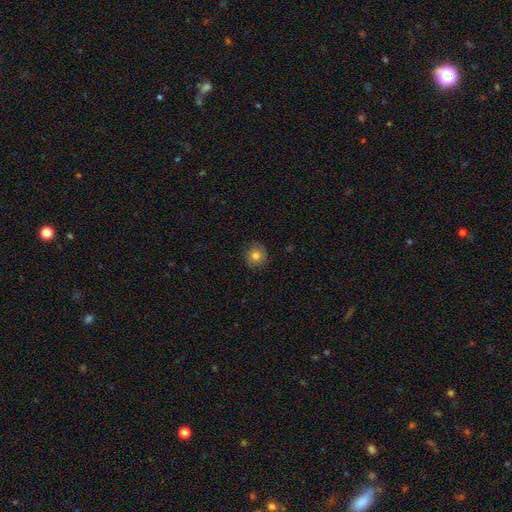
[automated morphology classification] Smooth or featured: smooth — 80% (star or artifact — 11%)
How rounded: round — 91% (in between — 8%)
Merging: none — 86% (minor disturbance — 11%)